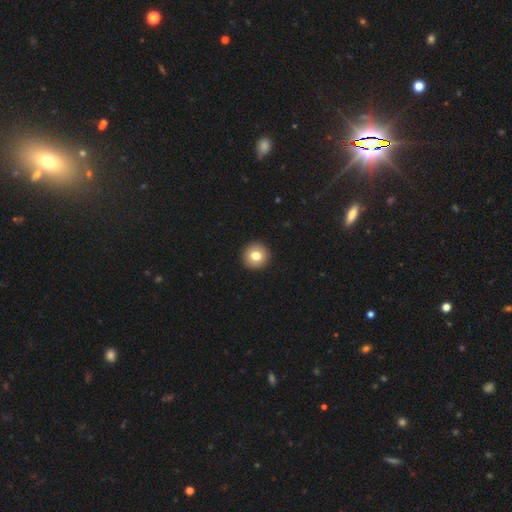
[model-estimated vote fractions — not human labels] Smooth or featured?
  - smooth: 79% *
  - featured or disk: 12%
  - star or artifact: 9%
How rounded?
  - round: 95% *
  - in between: 4%
  - cigar-shaped: 1%
Merging?
  - none: 94% *
  - minor disturbance: 4%
  - major disturbance: 1%
  - merger: 1%